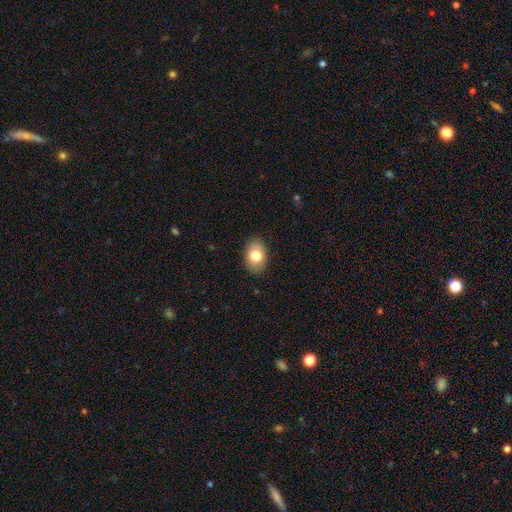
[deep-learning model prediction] A smooth galaxy with no disk features (79%) that is in between round and cigar-shaped (81%). Merging: none (87%).